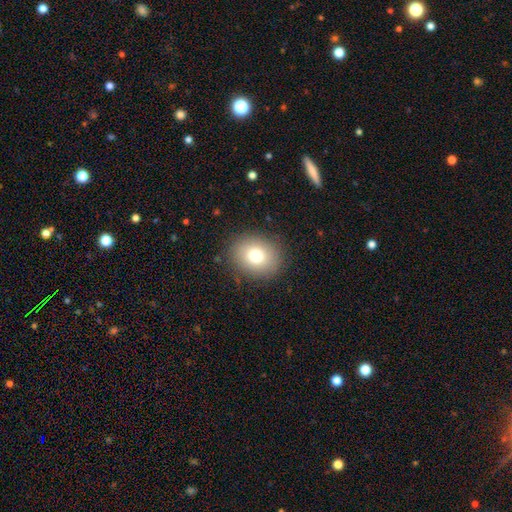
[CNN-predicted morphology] smooth-or-featured: smooth: 76% | featured or disk: 12% | star or artifact: 12%
  how-rounded: round: 63% | in between: 36% | cigar-shaped: 1%
  merging: none: 87% | minor disturbance: 9% | major disturbance: 3% | merger: 1%